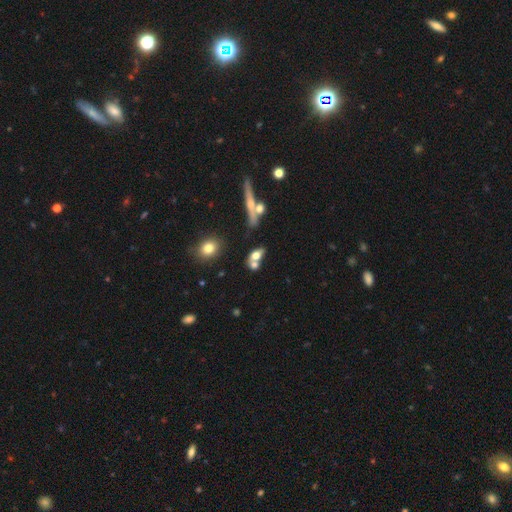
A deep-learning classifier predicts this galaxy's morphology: Smooth or featured? smooth (64%)
How rounded? in between (73%)
Merging? merger (46%)